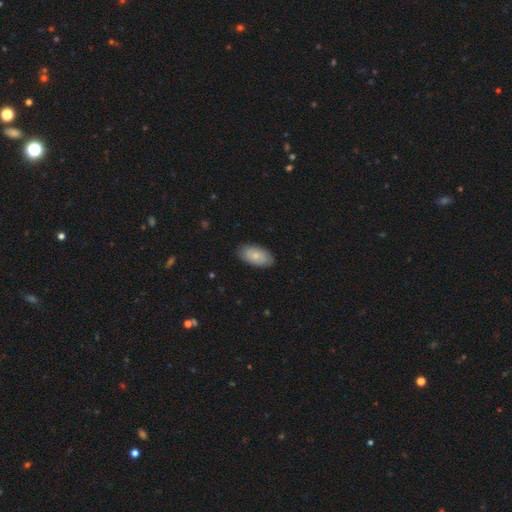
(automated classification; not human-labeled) Morphology: type=smooth (65%); roundness=in between (94%); merging=none (84%).